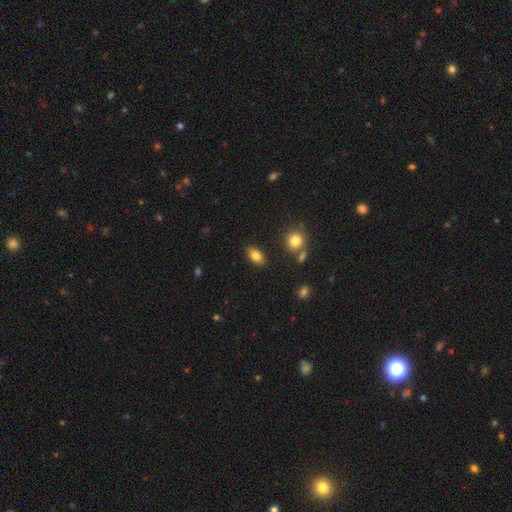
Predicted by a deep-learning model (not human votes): smooth_or_featured: smooth (p=0.81) [alt: featured or disk p=0.10]
how_rounded: in between (p=0.88) [alt: round p=0.07]
merging: none (p=0.85) [alt: minor disturbance p=0.10]